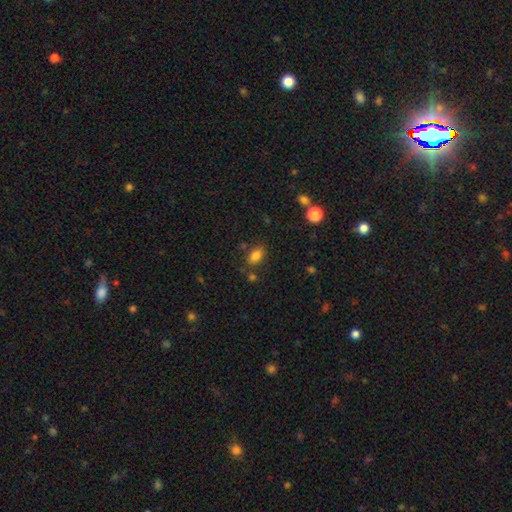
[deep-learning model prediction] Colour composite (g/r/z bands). It shows a smooth galaxy with no disk features (83%) that is in between round and cigar-shaped (87%). Merging: none (75%).